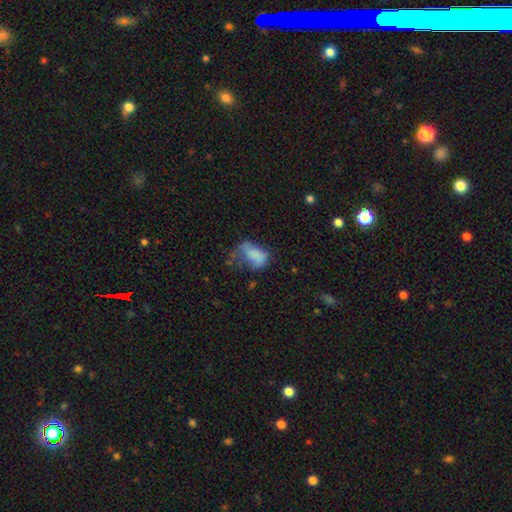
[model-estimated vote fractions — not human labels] Overall: smooth (67%). How rounded: in between (88%). Merging: major disturbance (42%; minor disturbance 28%).